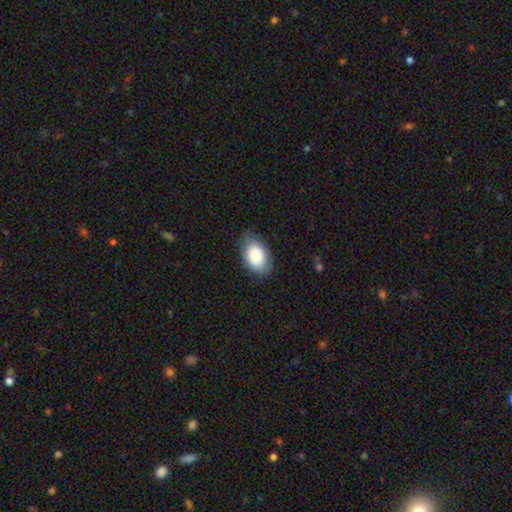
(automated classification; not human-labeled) smooth_or_featured: smooth (p=0.86) [alt: featured or disk p=0.07]
how_rounded: in between (p=0.90) [alt: round p=0.09]
merging: none (p=0.79) [alt: minor disturbance p=0.16]